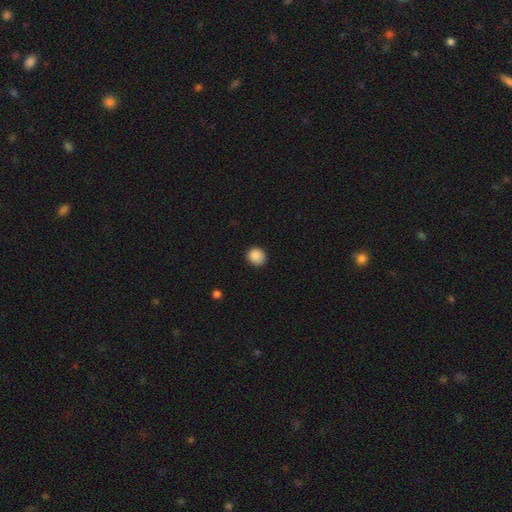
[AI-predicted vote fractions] Smooth or featured? Predicted: smooth (p=0.88). How rounded? Predicted: round (p=0.79). Merging? Predicted: none (p=0.88).